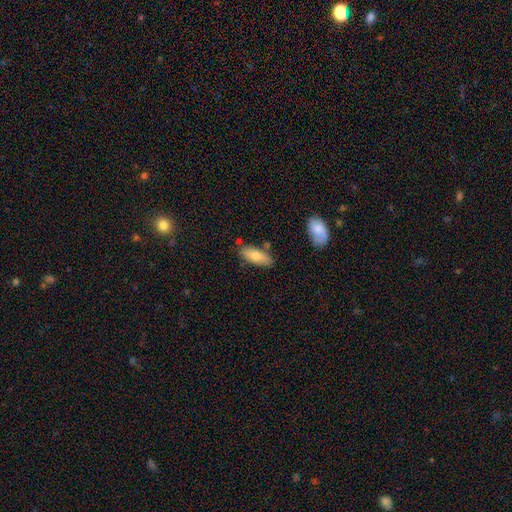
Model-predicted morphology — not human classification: This appears to be a smooth galaxy with no disk features (78%) that is in between round and cigar-shaped (76%). Merging: none (76%).